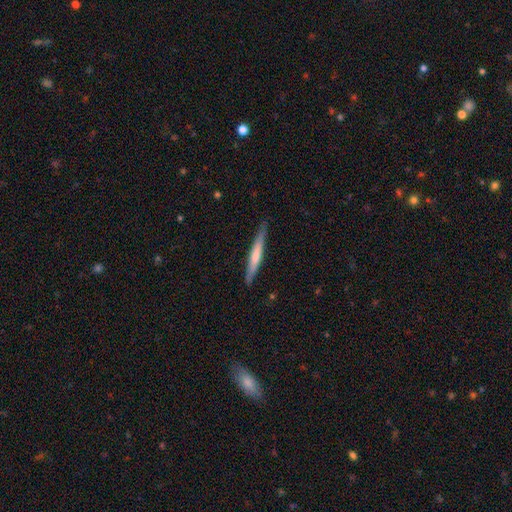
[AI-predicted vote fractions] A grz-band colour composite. It shows a smooth galaxy with no disk features (53%) that is cigar-shaped (96%). Merging: none (86%).